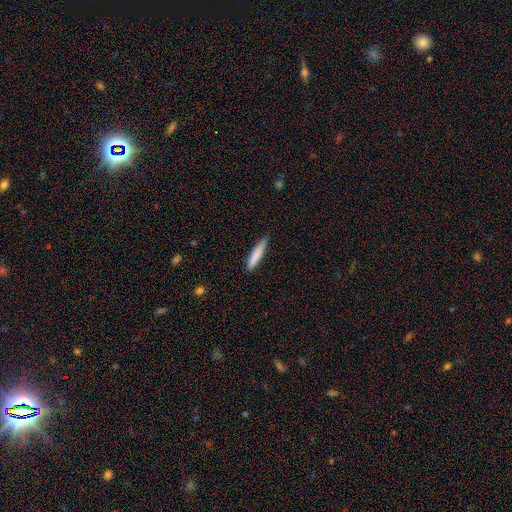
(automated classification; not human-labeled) This appears to be a smooth galaxy with no disk features (83%) that is cigar-shaped (90%). Merging: none (81%).